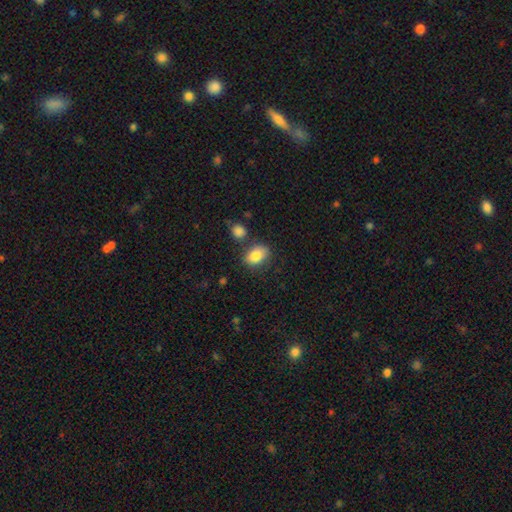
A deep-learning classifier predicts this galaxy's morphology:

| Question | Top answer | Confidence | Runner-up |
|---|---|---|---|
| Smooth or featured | smooth | 83% | featured or disk (9%) |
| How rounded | in between | 81% | round (18%) |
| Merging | none | 70% | minor disturbance (16%) |